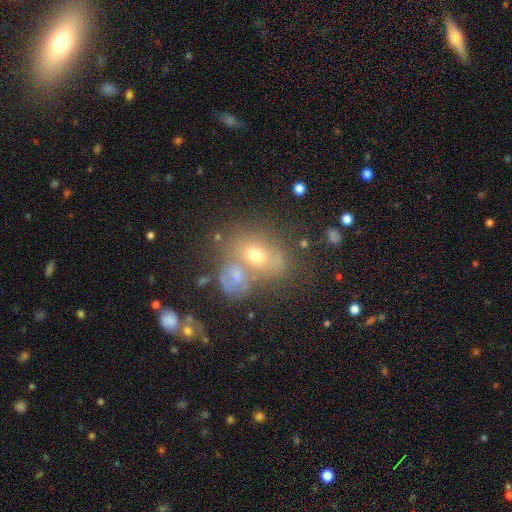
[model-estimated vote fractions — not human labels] smooth-or-featured: smooth: 54% | featured or disk: 27% | star or artifact: 20%
  how-rounded: round: 51% | in between: 47% | cigar-shaped: 2%
  merging: merger: 48% | none: 35% | minor disturbance: 11% | major disturbance: 7%